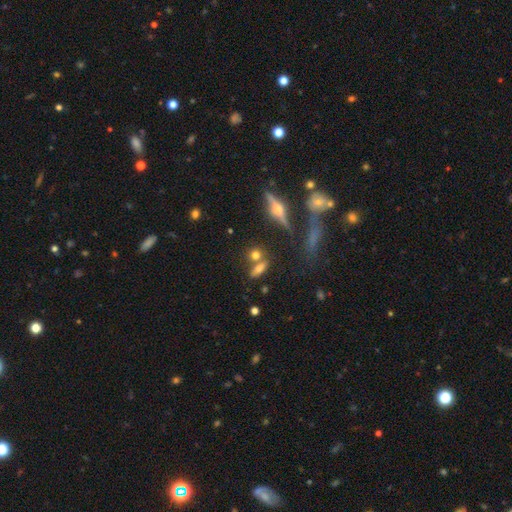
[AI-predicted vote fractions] Overall: smooth (64%). How rounded: in between (52%; round 33%). Merging: none (61%; merger 24%).